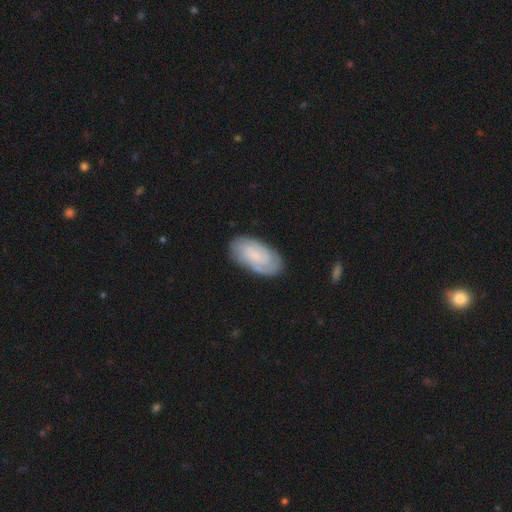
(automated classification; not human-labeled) smooth_or_featured: featured or disk (p=0.57) [alt: smooth p=0.37]
disk_edge_on: no (p=0.96) [alt: yes p=0.04]
bar: no (p=0.62) [alt: weak p=0.32]
has_spiral_arms: yes (p=0.89) [alt: no p=0.11]
bulge_size: small (p=0.52) [alt: none p=0.30]
merging: none (p=0.80) [alt: minor disturbance p=0.15]